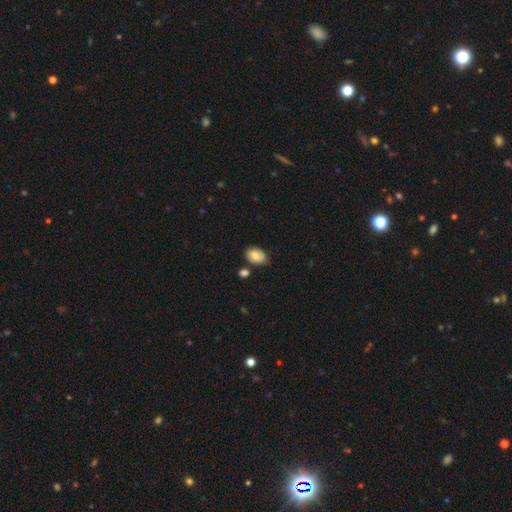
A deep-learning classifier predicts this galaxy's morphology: Smooth or featured? smooth (78%)
How rounded? in between (86%)
Merging? none (73%)